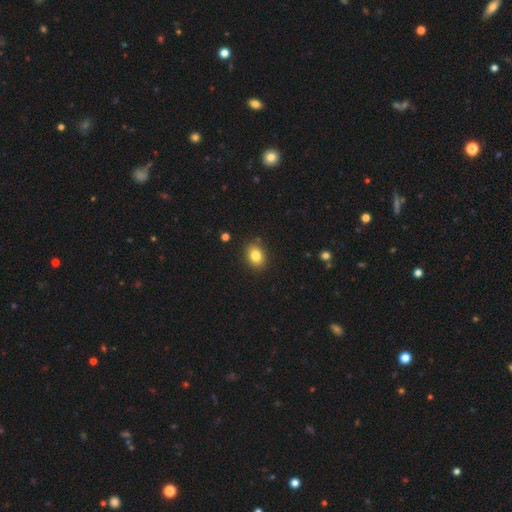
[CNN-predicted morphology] A smooth galaxy with no disk features (83%) that is in between round and cigar-shaped (64%). Merging: none (88%).